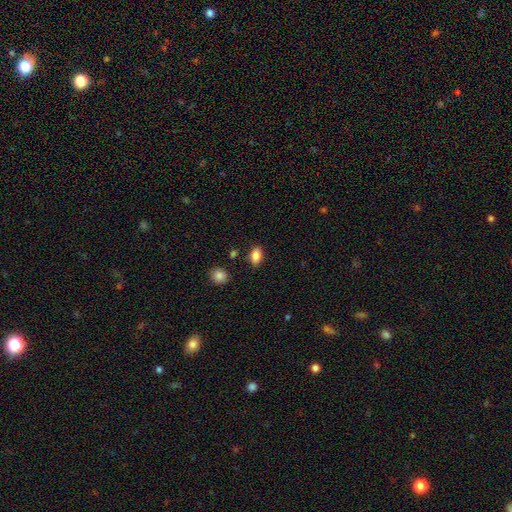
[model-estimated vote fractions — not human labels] smooth 85%, star or artifact 9%, featured or disk 6%. Down the decision tree: how rounded — in between (86%); merging — none (84%).